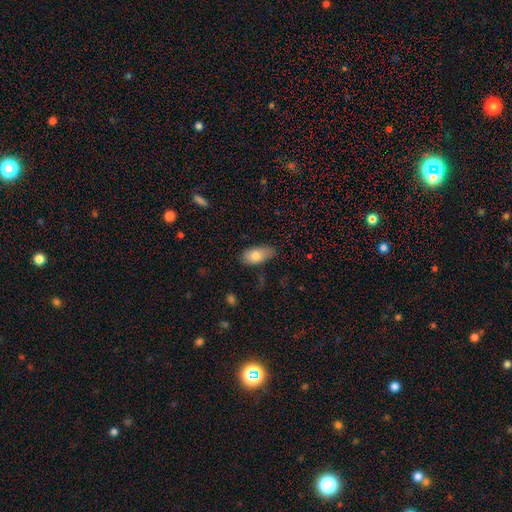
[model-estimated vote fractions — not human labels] Smooth or featured? Predicted: smooth (p=0.79). How rounded? Predicted: in between (p=0.92). Merging? Predicted: none (p=0.73).